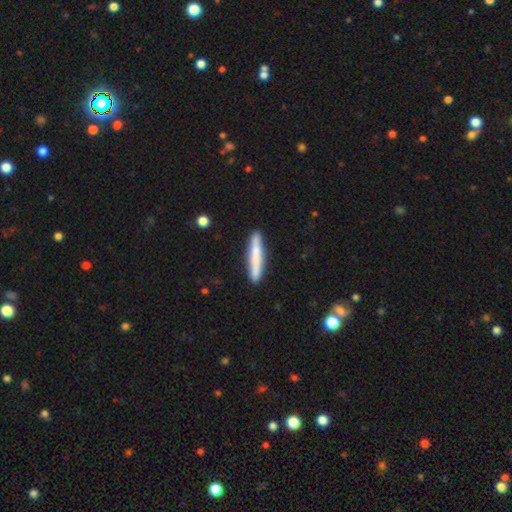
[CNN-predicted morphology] Smooth or featured?
  - smooth: 60% *
  - featured or disk: 33%
  - star or artifact: 7%
How rounded?
  - cigar-shaped: 94% *
  - in between: 5%
  - round: 1%
Merging?
  - none: 88% *
  - minor disturbance: 9%
  - merger: 2%
  - major disturbance: 2%